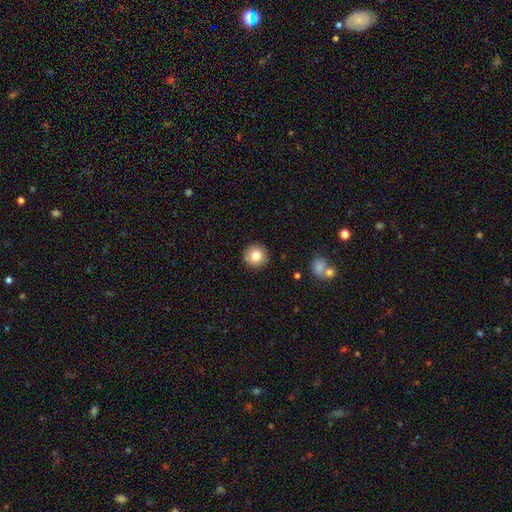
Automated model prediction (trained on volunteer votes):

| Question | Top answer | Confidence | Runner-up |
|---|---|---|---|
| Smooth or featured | smooth | 81% | star or artifact (10%) |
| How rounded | round | 94% | in between (5%) |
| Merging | none | 90% | minor disturbance (6%) |